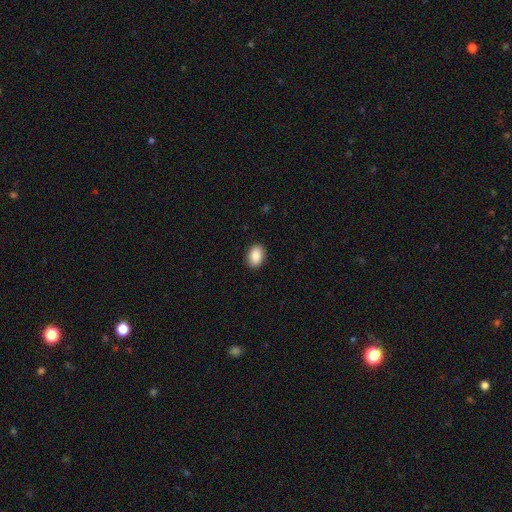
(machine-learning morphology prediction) smooth-or-featured: smooth: 89% | star or artifact: 7% | featured or disk: 4%
  how-rounded: in between: 83% | round: 16% | cigar-shaped: 1%
  merging: none: 91% | minor disturbance: 7% | major disturbance: 2% | merger: 1%